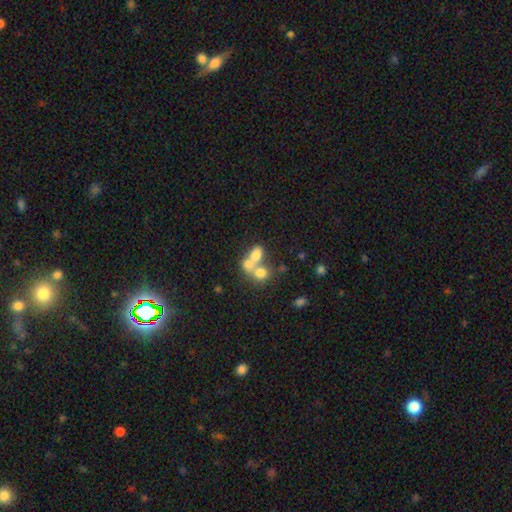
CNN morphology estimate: Smooth or featured? smooth (64%)
How rounded? in between (56%)
Merging? merger (65%)